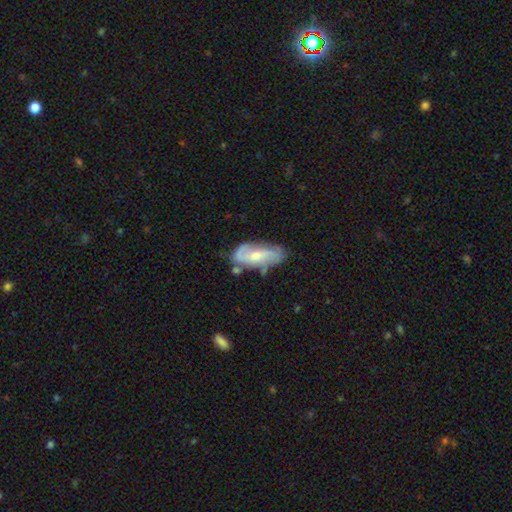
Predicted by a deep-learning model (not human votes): The model was most divided on "spiral winding": loose: 40%, medium: 39%, tight: 21%. Remaining: edge-on disk — no (91%); spiral arms — yes (88%); spiral arm count — 2 (75%); smooth or featured — featured or disk (70%); merging — none (60%); bulge size — small (50%); bar — no (44%).